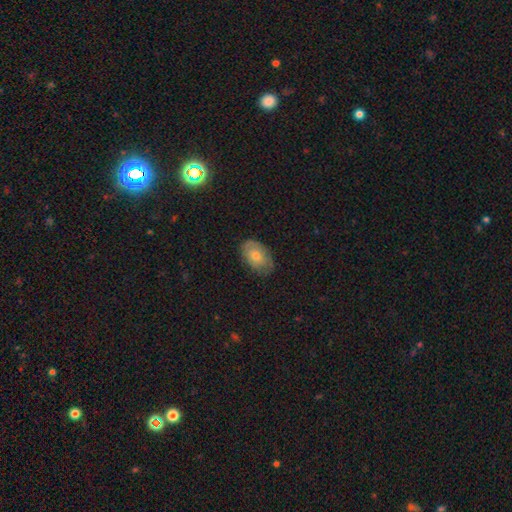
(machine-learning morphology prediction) Smooth or featured? Predicted: smooth (p=0.59). How rounded? Predicted: in between (p=0.88). Merging? Predicted: none (p=0.76).